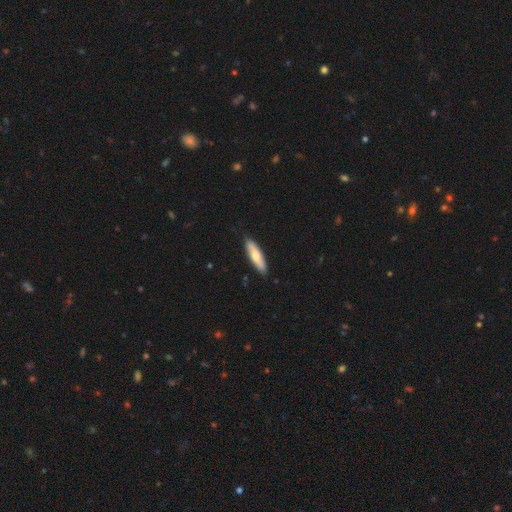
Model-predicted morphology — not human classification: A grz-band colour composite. It shows a smooth galaxy with no disk features (68%) that is cigar-shaped (67%). Merging: none (86%).